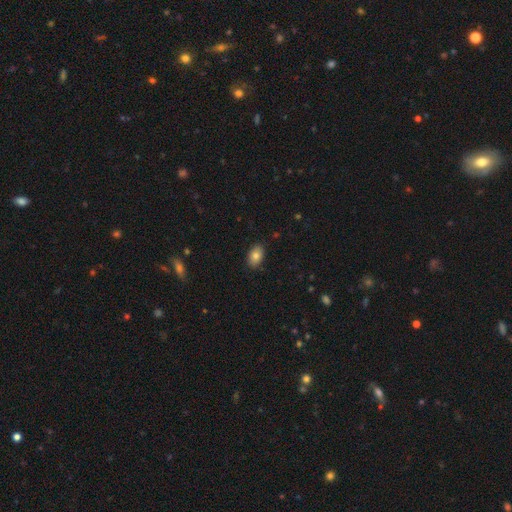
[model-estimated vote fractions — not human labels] Morphology: type=smooth (81%); roundness=in between (87%); merging=none (87%).